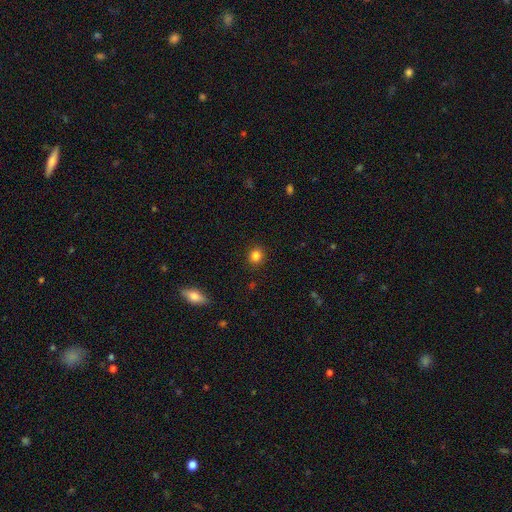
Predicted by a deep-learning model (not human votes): smooth 84%, star or artifact 11%, featured or disk 4%. Down the decision tree: how rounded — round (82%); merging — none (90%).